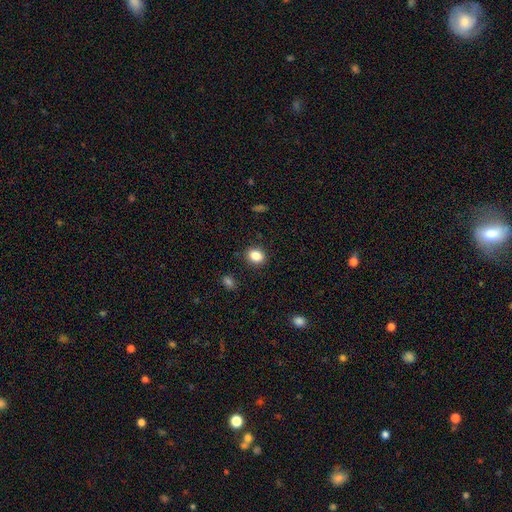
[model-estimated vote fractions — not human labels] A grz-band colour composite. It shows a smooth galaxy with no disk features (85%) that is round (52%). Merging: none (89%).